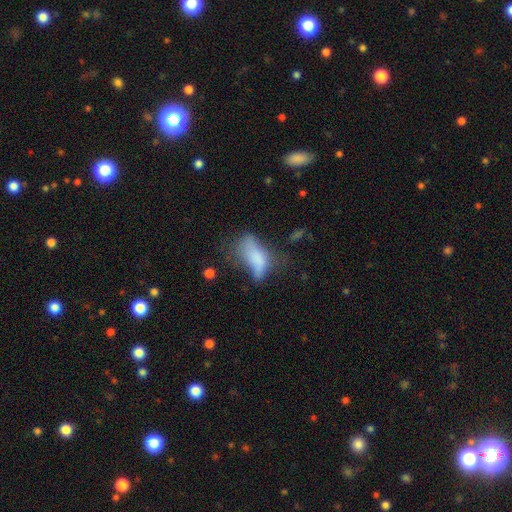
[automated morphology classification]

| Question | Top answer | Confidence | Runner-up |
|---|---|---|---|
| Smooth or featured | smooth | 62% | featured or disk (26%) |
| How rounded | in between | 78% | cigar-shaped (17%) |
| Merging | minor disturbance | 32% | tied: major disturbance (32%) |